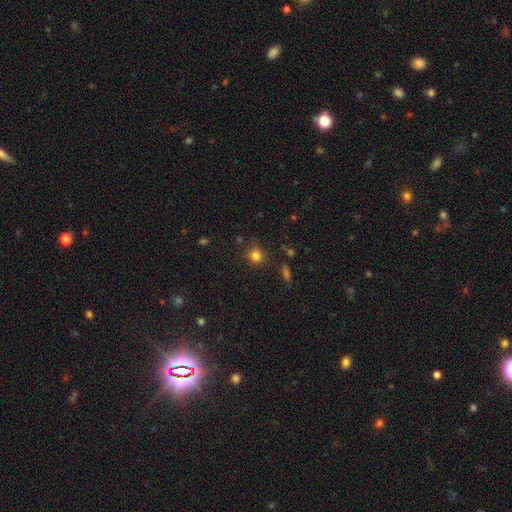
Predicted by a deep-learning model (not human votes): A smooth galaxy with no disk features (79%) that is round (88%).

Vote fractions:
- Smooth or featured? smooth: 79% / star or artifact: 15% / featured or disk: 6%
- How rounded? round: 88% / in between: 11% / cigar-shaped: 1%
- Merging? none: 77% / minor disturbance: 15% / major disturbance: 5% / merger: 3%